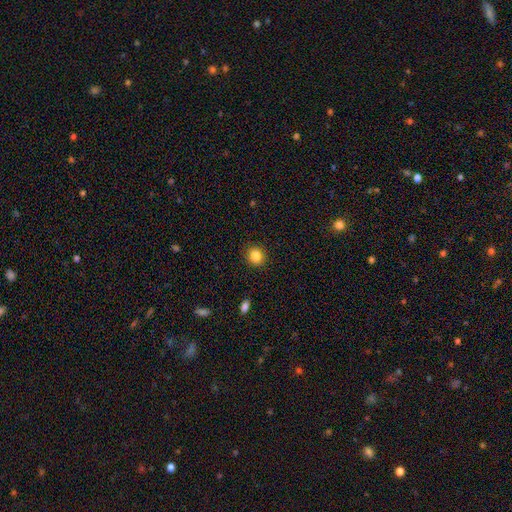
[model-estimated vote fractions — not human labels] Smooth or featured: smooth — 85% (star or artifact — 10%)
How rounded: round — 80% (in between — 19%)
Merging: none — 91% (minor disturbance — 6%)